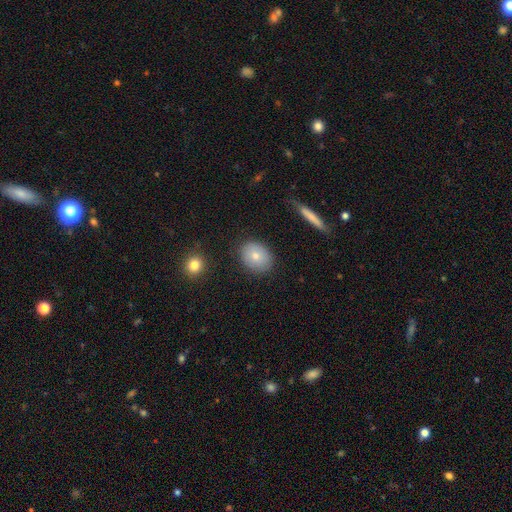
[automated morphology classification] Q: Smooth or featured?
A: smooth (76%); runner-up: featured or disk (16%)
Q: How rounded?
A: in between (50%); runner-up: round (49%)
Q: Merging?
A: none (85%); runner-up: minor disturbance (11%)